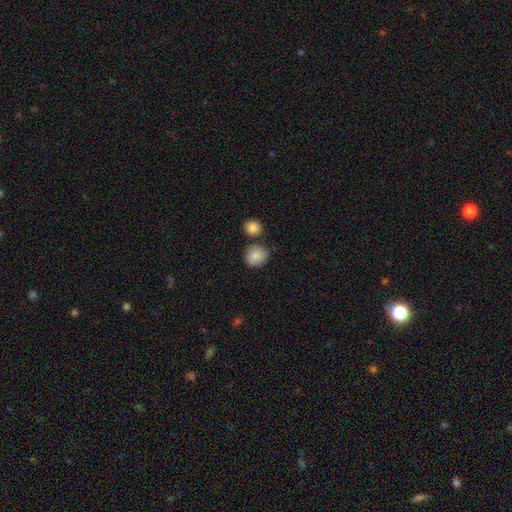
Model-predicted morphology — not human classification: Smooth or featured: smooth — 87% (star or artifact — 7%)
How rounded: round — 76% (in between — 23%)
Merging: none — 70% (merger — 14%)